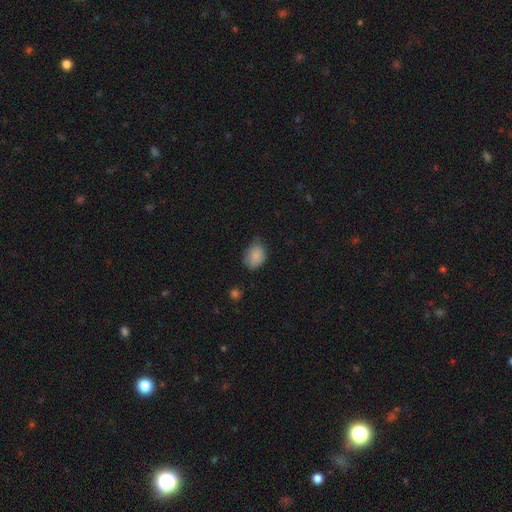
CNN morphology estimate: Smooth or featured? Predicted: smooth (p=0.86). How rounded? Predicted: in between (p=0.64). Merging? Predicted: none (p=0.61).